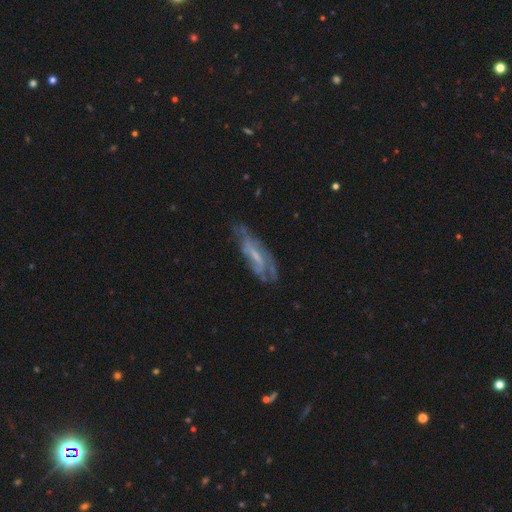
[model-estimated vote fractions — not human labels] Smooth or featured: featured or disk — 70% (smooth — 22%)
Edge-on disk: no — 79% (yes — 21%)
Bar: weak — 43% (no — 37%)
Spiral arms: yes — 74% (no — 26%)
Bulge size: small — 45% (moderate — 28%)
Merging: none — 57% (minor disturbance — 26%)